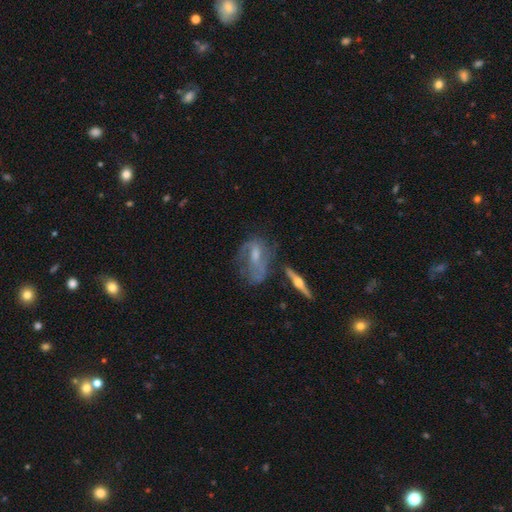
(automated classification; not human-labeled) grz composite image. It shows a featured or disk galaxy (71%) with a weak bar (44%), spiral arms (73%) and a moderate central bulge (40%). Merging: none (45%).